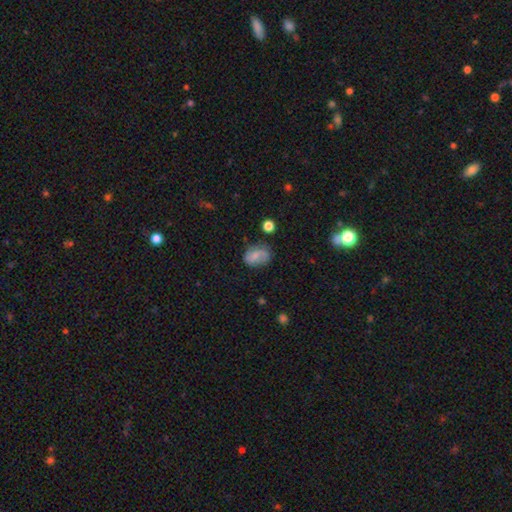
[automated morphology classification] smooth 48%, featured or disk 43%, star or artifact 9%. Down the decision tree: merging — none (67%).